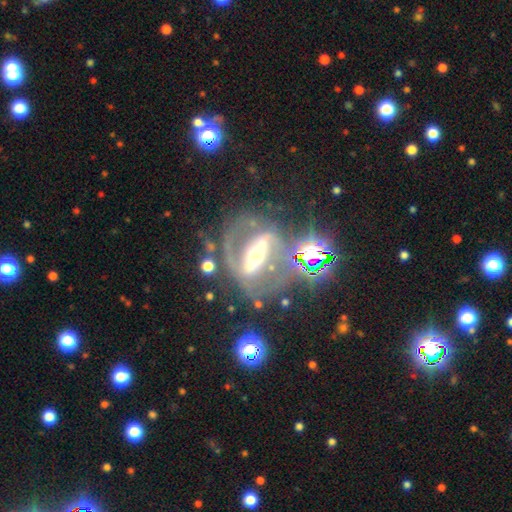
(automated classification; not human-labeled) A featured or disk galaxy (84%) with a strong bar (80%), 2 (88%) medium (51%) spiral arms (85%) and a moderate central bulge (61%). Merging: none (60%).